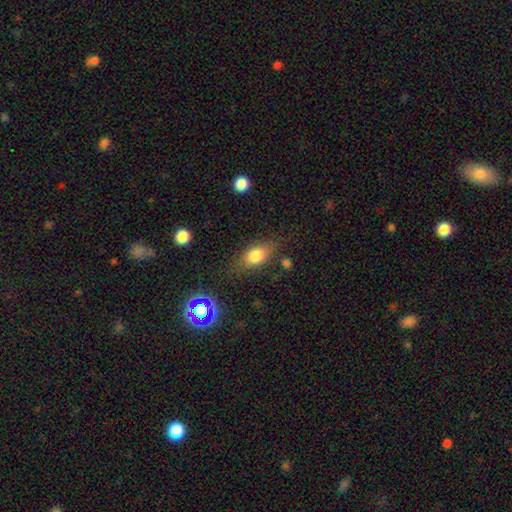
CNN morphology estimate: This is likely a smooth galaxy (75%). How rounded: likely in between (76%). Merging: likely none (70%).